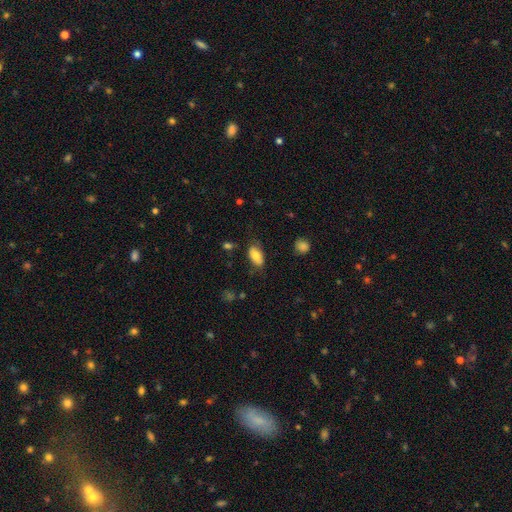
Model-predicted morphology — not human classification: Q: Smooth or featured?
A: smooth (75%); runner-up: featured or disk (17%)
Q: How rounded?
A: in between (93%); runner-up: round (4%)
Q: Merging?
A: none (72%); runner-up: minor disturbance (20%)